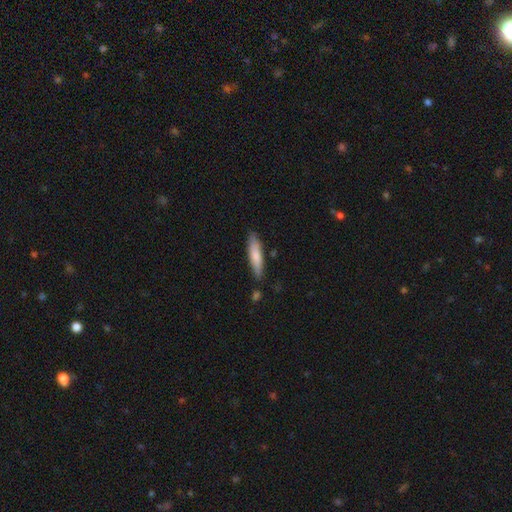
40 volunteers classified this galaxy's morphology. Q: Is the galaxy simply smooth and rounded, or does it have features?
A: smooth — 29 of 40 (72%).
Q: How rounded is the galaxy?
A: cigar-shaped — 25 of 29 (86%).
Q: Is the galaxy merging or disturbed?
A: none — 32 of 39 (82%).